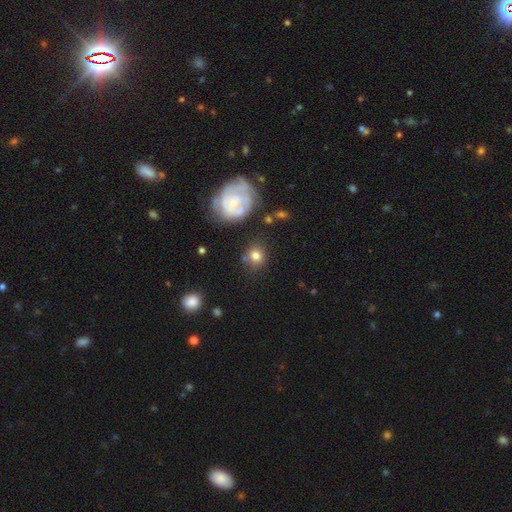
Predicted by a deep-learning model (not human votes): Q: Smooth or featured?
A: smooth (71%); runner-up: featured or disk (19%)
Q: How rounded?
A: round (81%); runner-up: in between (18%)
Q: Merging?
A: none (73%); runner-up: minor disturbance (15%)